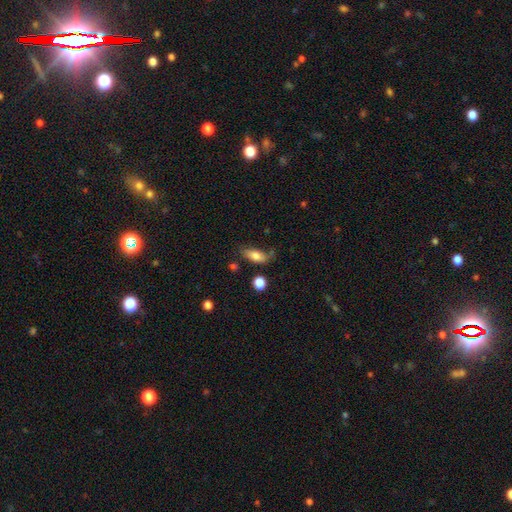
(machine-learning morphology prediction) This is likely a smooth galaxy (78%). How rounded: clearly in between (81%). Merging: likely none (60%).